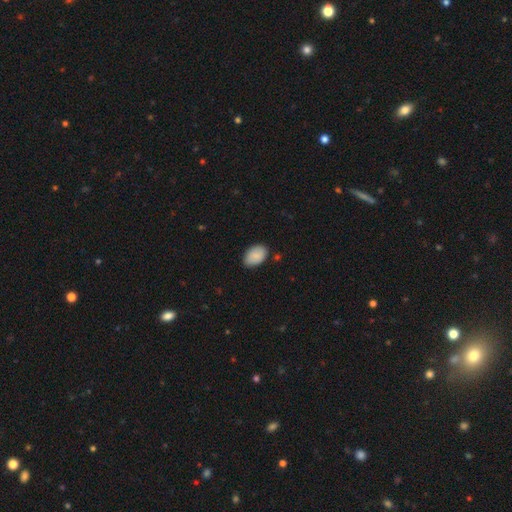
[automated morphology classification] Smooth or featured: smooth — 87% (featured or disk — 7%)
How rounded: in between — 90% (round — 8%)
Merging: none — 80% (minor disturbance — 16%)